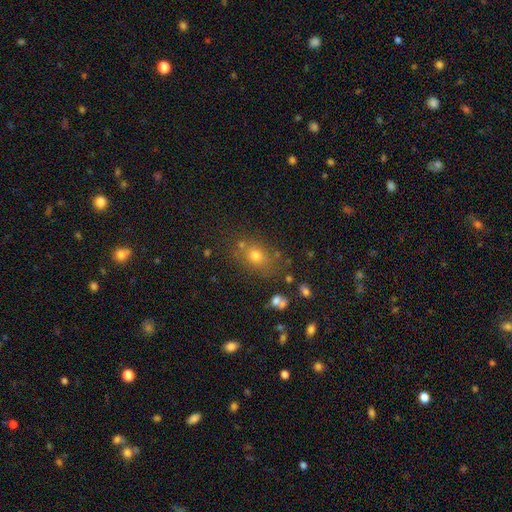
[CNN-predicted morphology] Smooth or featured? smooth (69%)
How rounded? in between (50%)
Merging? none (72%)